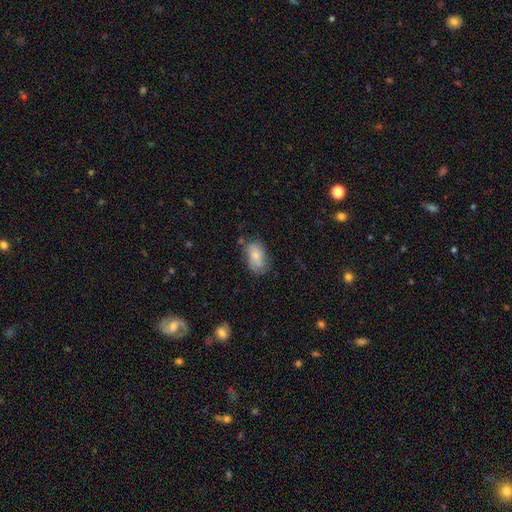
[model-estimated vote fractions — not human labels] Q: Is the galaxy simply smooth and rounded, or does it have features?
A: smooth — 74%.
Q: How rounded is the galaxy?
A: in between — 91%.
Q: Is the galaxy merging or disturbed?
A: none — 63%.